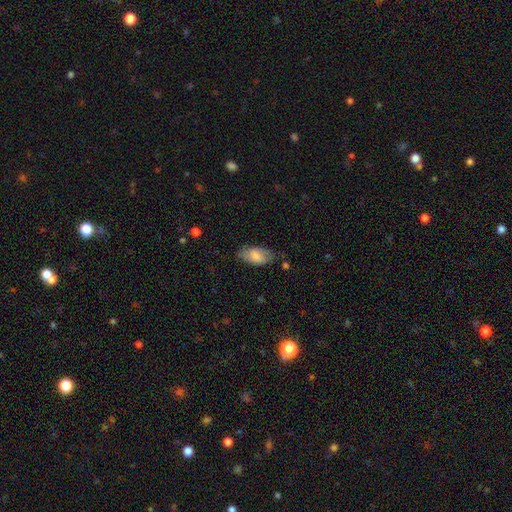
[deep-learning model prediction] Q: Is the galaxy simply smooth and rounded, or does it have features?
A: smooth — 76%.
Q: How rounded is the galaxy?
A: in between — 93%.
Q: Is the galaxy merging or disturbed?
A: none — 69%.